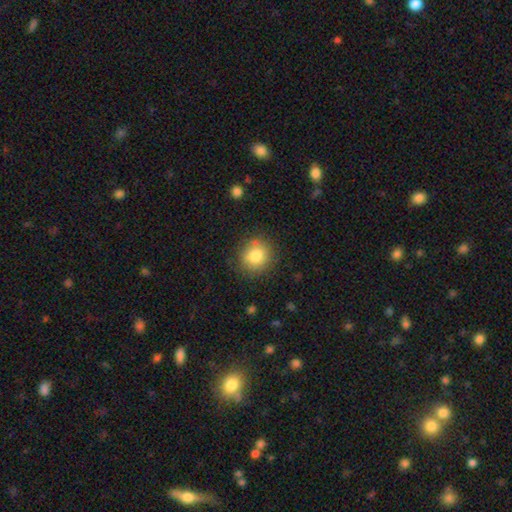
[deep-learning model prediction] smooth_or_featured: smooth (p=0.82) [alt: star or artifact p=0.10]
how_rounded: round (p=0.88) [alt: in between p=0.11]
merging: none (p=0.83) [alt: minor disturbance p=0.12]